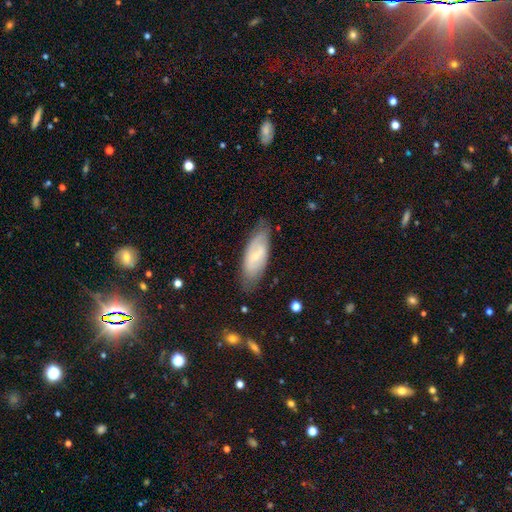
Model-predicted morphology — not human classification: This appears to be a featured or disk galaxy (49%). Merging: none (73%).